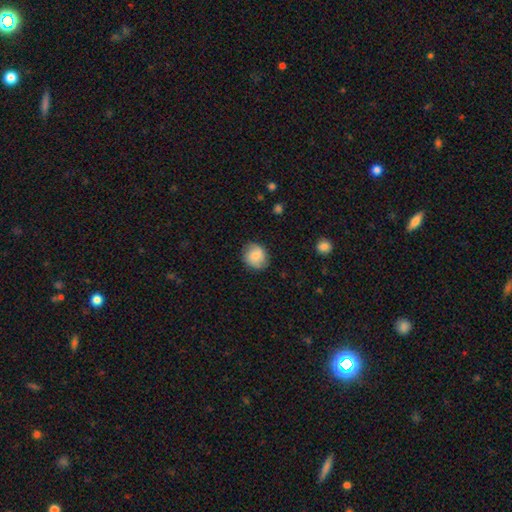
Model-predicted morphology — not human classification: smooth-or-featured: smooth: 73% | featured or disk: 19% | star or artifact: 8%
  how-rounded: round: 82% | in between: 17% | cigar-shaped: 1%
  merging: none: 80% | minor disturbance: 15% | major disturbance: 4% | merger: 1%